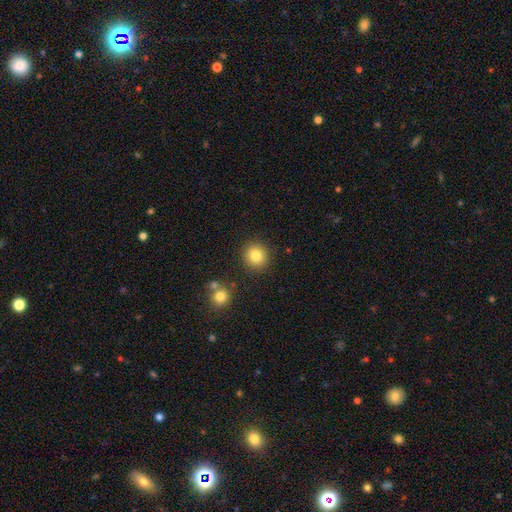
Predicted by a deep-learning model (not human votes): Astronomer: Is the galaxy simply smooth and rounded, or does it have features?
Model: smooth — 83%.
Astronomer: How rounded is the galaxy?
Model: round — 90%.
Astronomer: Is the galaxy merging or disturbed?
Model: none — 87%.